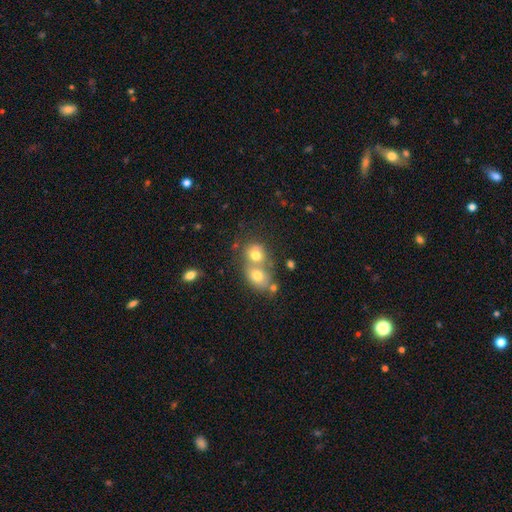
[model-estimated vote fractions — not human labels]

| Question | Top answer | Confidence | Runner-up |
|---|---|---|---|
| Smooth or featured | smooth | 66% | featured or disk (21%) |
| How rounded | round | 56% | in between (43%) |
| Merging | merger | 64% | none (26%) |